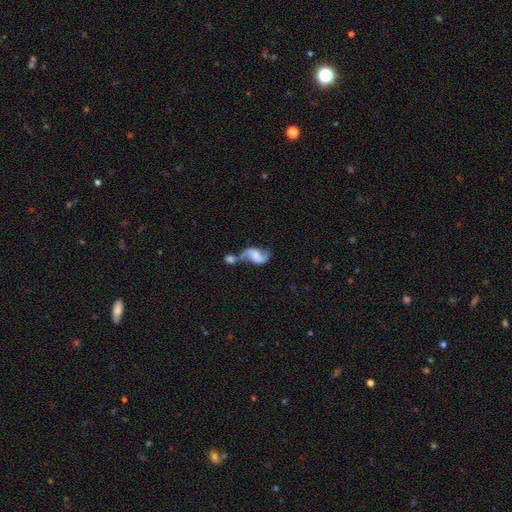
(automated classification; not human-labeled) A featured or disk galaxy (70%) with no bar (47%), 2 (88%) loose (73%) spiral arms (91%) and no central bulge (49%).

Vote fractions:
- Smooth or featured? featured or disk: 70% / smooth: 22% / star or artifact: 8%
- Edge-on disk? no: 96% / yes: 4%
- Bar? no: 47% / weak: 37% / strong: 17%
- Spiral arms? yes: 91% / no: 9%
- Spiral winding? loose: 73% / medium: 22% / tight: 6%
- Spiral arm count? 2: 88% / 1: 6% / can't tell: 3% / 3: 1% / 4: 1% / more than 4: 1%
- Bulge size? none: 49% / small: 19% / moderate: 14% / large: 13% / dominant: 4%
- Merging? merger: 53% / none: 24% / minor disturbance: 12% / major disturbance: 11%